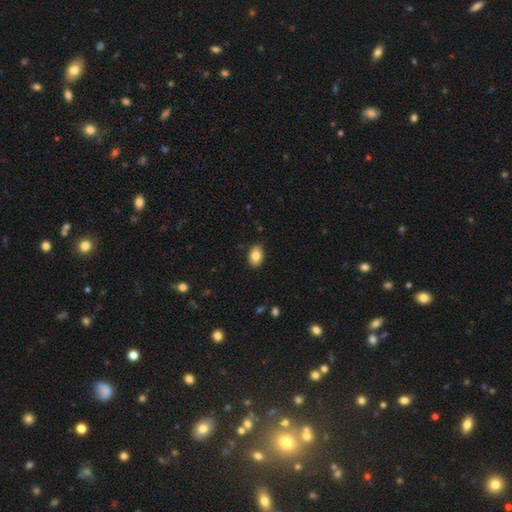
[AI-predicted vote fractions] Smooth or featured: smooth — 81% (featured or disk — 11%)
How rounded: in between — 86% (round — 13%)
Merging: none — 88% (minor disturbance — 9%)